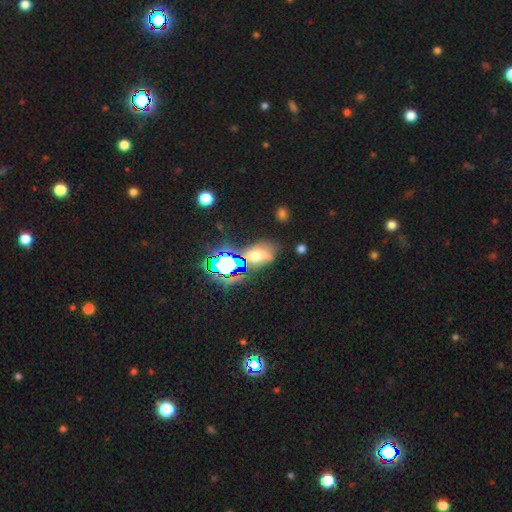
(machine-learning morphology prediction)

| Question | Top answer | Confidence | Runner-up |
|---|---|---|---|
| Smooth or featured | smooth | 49% | star or artifact (34%) |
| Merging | none | 56% | minor disturbance (21%) |